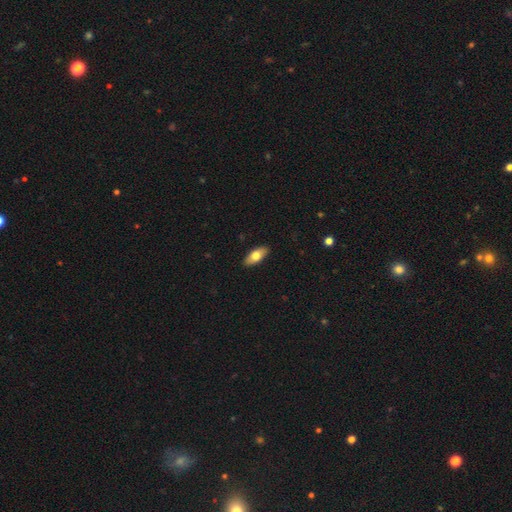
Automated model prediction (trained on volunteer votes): Smooth or featured? smooth (70%)
How rounded? in between (85%)
Merging? none (89%)